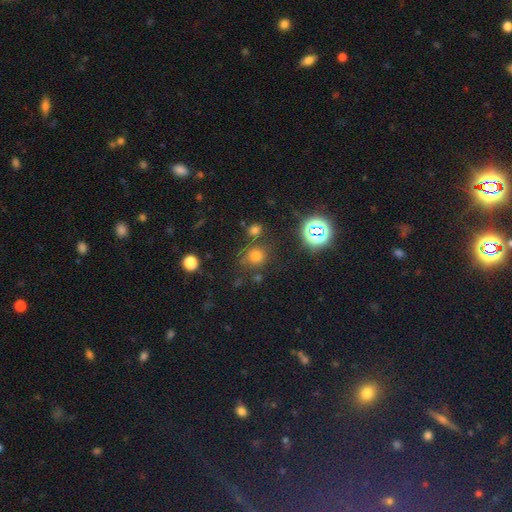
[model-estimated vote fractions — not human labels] Q: Smooth or featured?
A: smooth (67%); runner-up: star or artifact (26%)
Q: How rounded?
A: round (89%); runner-up: in between (10%)
Q: Merging?
A: none (74%); runner-up: minor disturbance (12%)